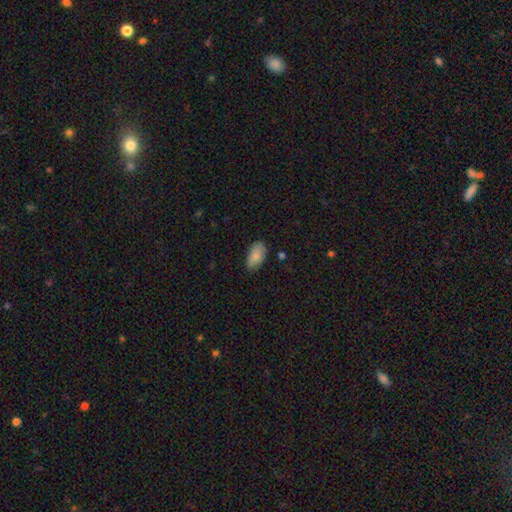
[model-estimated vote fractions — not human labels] smooth-or-featured: smooth: 86% | star or artifact: 7% | featured or disk: 7%
  how-rounded: in between: 94% | round: 4% | cigar-shaped: 3%
  merging: none: 77% | minor disturbance: 19% | major disturbance: 3% | merger: 1%